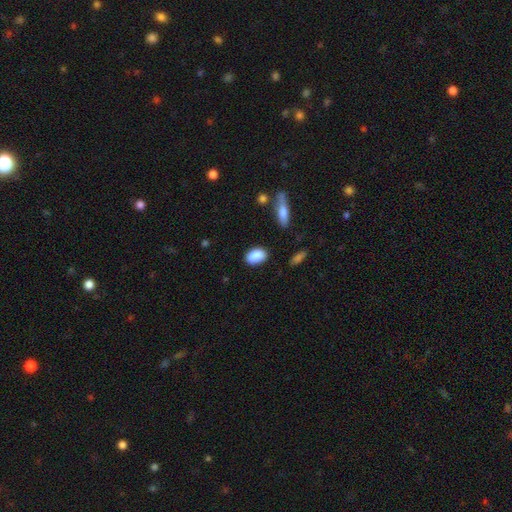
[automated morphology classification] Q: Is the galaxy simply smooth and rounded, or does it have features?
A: smooth — 88%.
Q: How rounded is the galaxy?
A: in between — 87%.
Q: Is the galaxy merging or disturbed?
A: none — 82%.